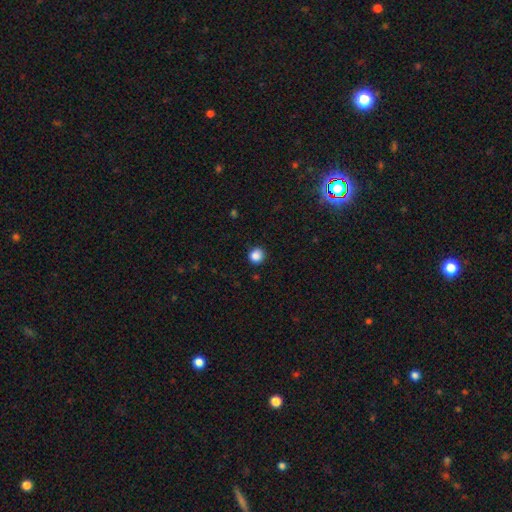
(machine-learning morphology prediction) Smooth or featured? smooth (87%)
How rounded? round (92%)
Merging? none (90%)